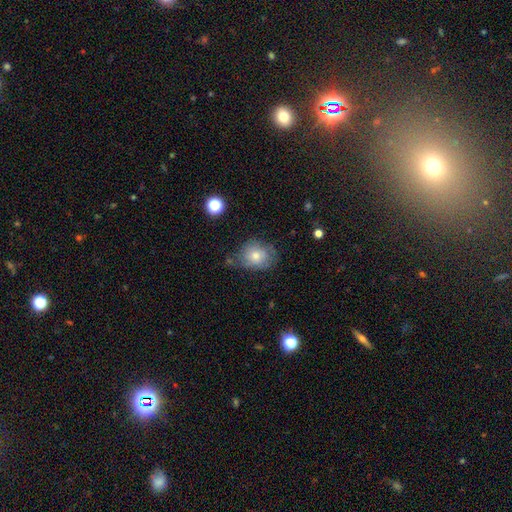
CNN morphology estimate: This appears to be a smooth galaxy with no disk features (56%) that is round (53%). Merging: none (56%).